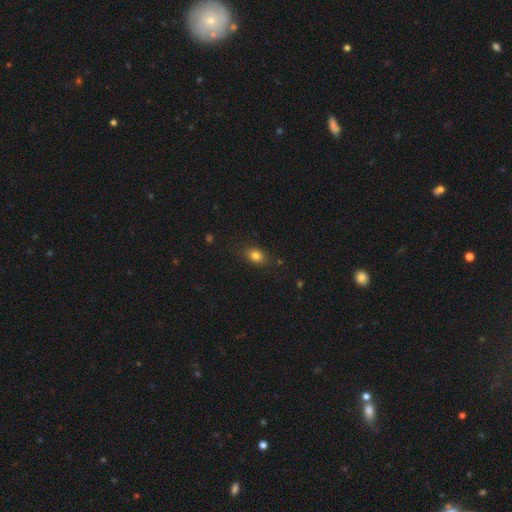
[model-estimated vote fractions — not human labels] This is clearly a smooth galaxy (80%). How rounded: likely in between (68%). Merging: clearly none (81%).